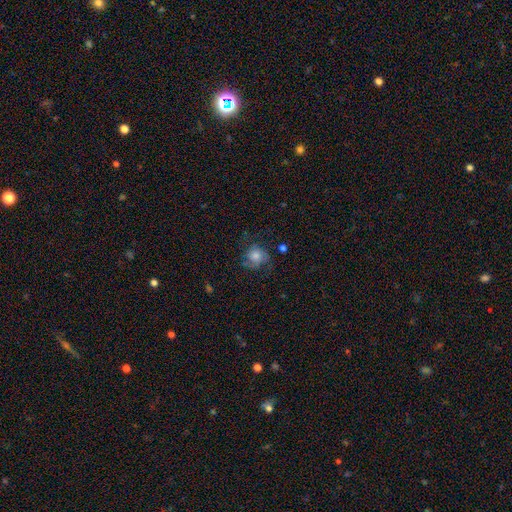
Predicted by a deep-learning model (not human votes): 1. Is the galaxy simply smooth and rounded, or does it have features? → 53% smooth, 37% featured or disk, 10% star or artifact.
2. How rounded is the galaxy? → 80% round, 19% in between, 1% cigar-shaped.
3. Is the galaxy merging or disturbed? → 58% none, 23% minor disturbance, 17% major disturbance, 2% merger.